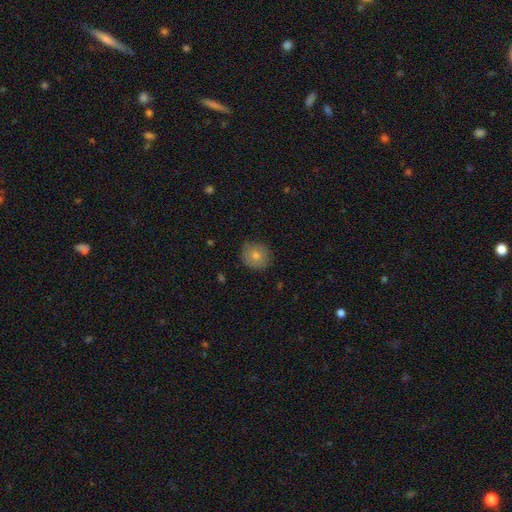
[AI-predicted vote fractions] Smooth or featured? Predicted: smooth (p=0.77). How rounded? Predicted: round (p=0.85). Merging? Predicted: none (p=0.81).